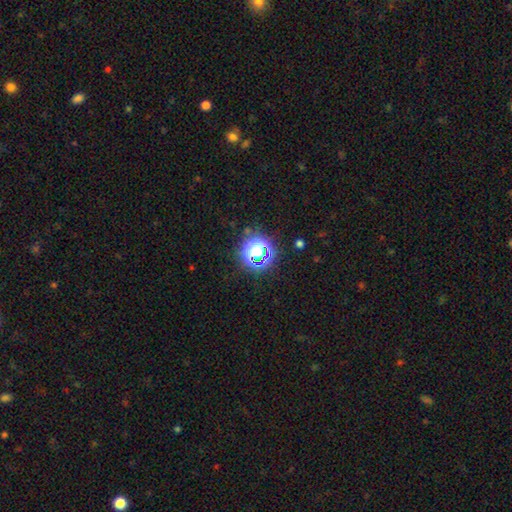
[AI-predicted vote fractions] This is likely a star or artifact rather than a galaxy (62%).